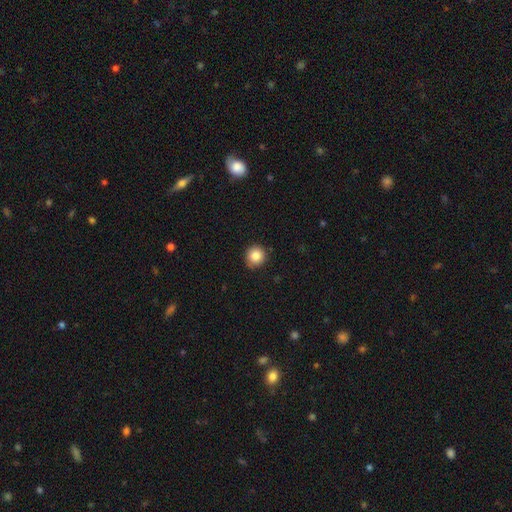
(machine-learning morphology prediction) type=smooth (84%); roundness=round (92%); merging=none (87%).